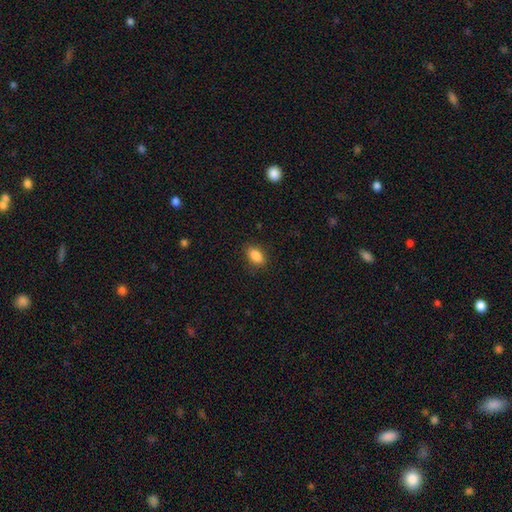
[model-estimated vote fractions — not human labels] Smooth or featured?
  - smooth: 87% *
  - star or artifact: 8%
  - featured or disk: 4%
How rounded?
  - in between: 89% *
  - round: 8%
  - cigar-shaped: 3%
Merging?
  - none: 86% *
  - minor disturbance: 10%
  - major disturbance: 3%
  - merger: 1%